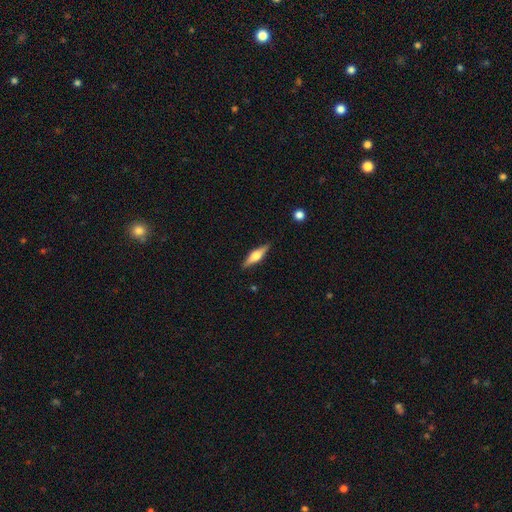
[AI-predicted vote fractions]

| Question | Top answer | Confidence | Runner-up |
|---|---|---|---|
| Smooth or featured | featured or disk | 60% | smooth (34%) |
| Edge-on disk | yes | 96% | no (4%) |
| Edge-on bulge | rounded | 92% | boxy (6%) |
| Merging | none | 88% | minor disturbance (9%) |